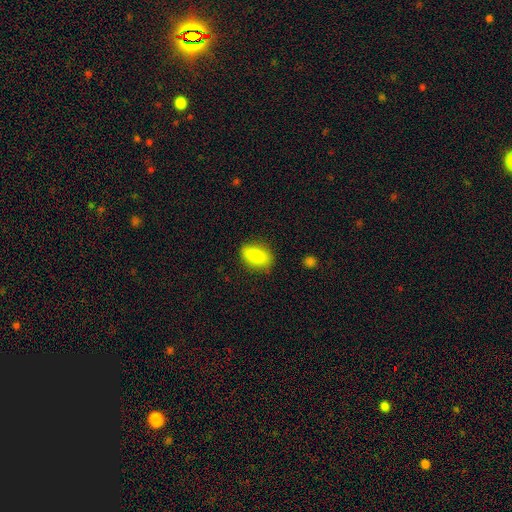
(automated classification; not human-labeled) The model was most divided on "merging": none: 80%, minor disturbance: 15%, major disturbance: 4%, merger: 1%. More confident: how rounded — in between (88%); smooth or featured — smooth (87%).